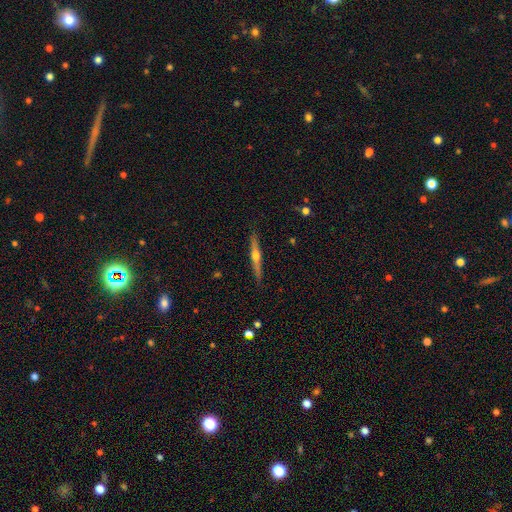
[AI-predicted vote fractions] Smooth or featured? Predicted: featured or disk (p=0.67). Edge-on disk? Predicted: yes (p=0.97). Edge-on bulge? Predicted: rounded (p=0.90). Merging? Predicted: none (p=0.89).